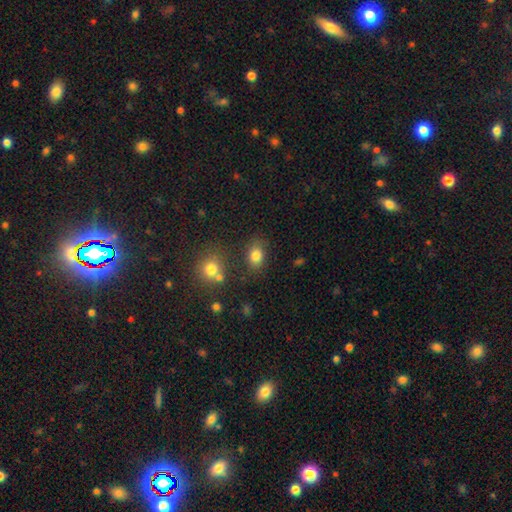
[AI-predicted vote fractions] A smooth galaxy with no disk features (81%) that is in between round and cigar-shaped (67%). Merging: none (75%).